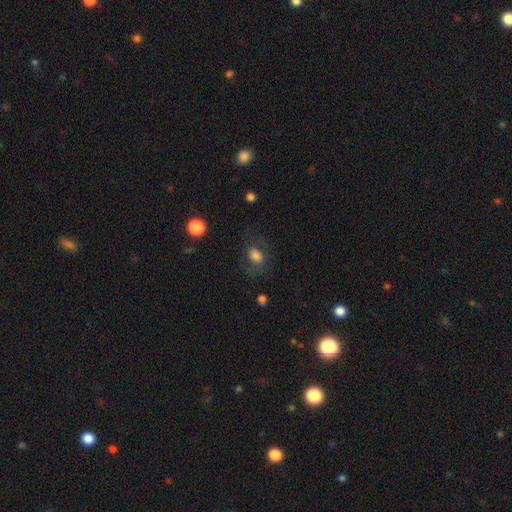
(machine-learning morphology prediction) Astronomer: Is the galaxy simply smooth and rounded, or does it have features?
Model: smooth — 70%.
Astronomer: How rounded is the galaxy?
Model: in between — 66%.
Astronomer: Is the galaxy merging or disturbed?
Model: none — 61%.